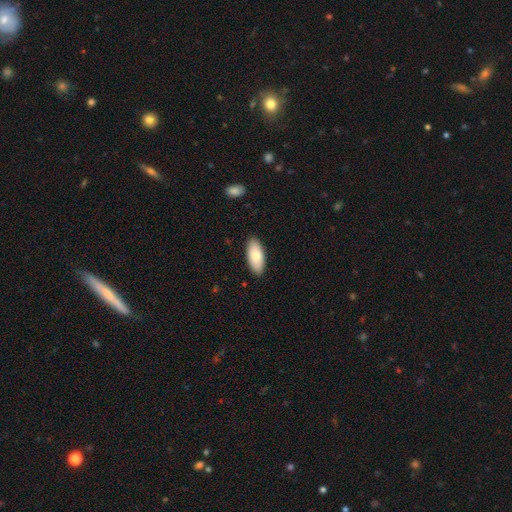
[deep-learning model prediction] smooth_or_featured: smooth (p=0.80) [alt: featured or disk p=0.14]
how_rounded: in between (p=0.88) [alt: cigar-shaped p=0.10]
merging: none (p=0.89) [alt: minor disturbance p=0.08]